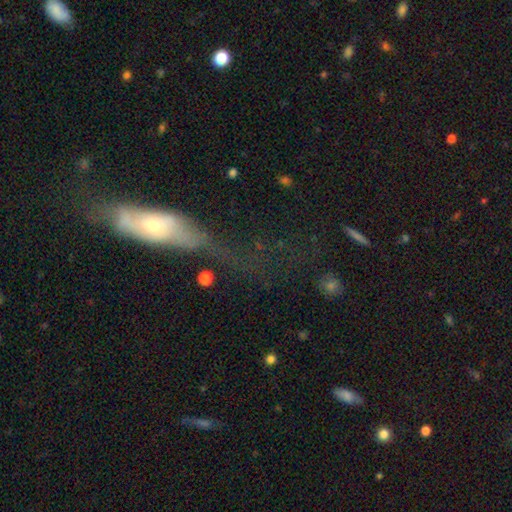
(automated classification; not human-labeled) A featured or disk galaxy (46%). Merging: major disturbance (40%).